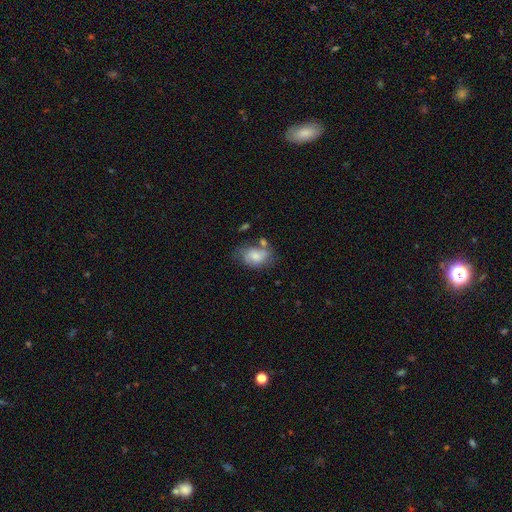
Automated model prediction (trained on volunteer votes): smooth_or_featured: smooth (p=0.68) [alt: featured or disk p=0.24]
how_rounded: in between (p=0.80) [alt: round p=0.19]
merging: none (p=0.46) [alt: minor disturbance p=0.27]